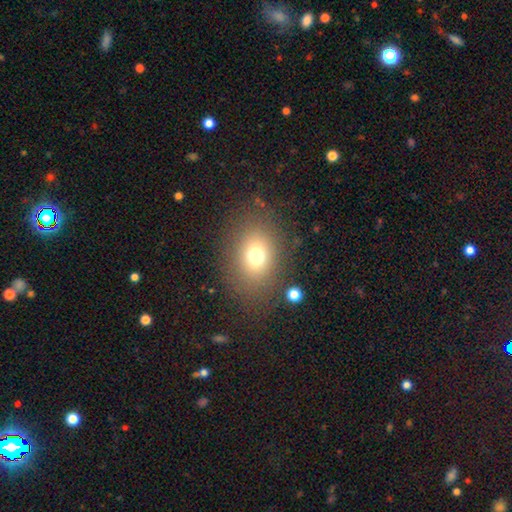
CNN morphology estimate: This is likely a smooth galaxy (72%). How rounded: possibly in between (53%). Merging: clearly none (81%).